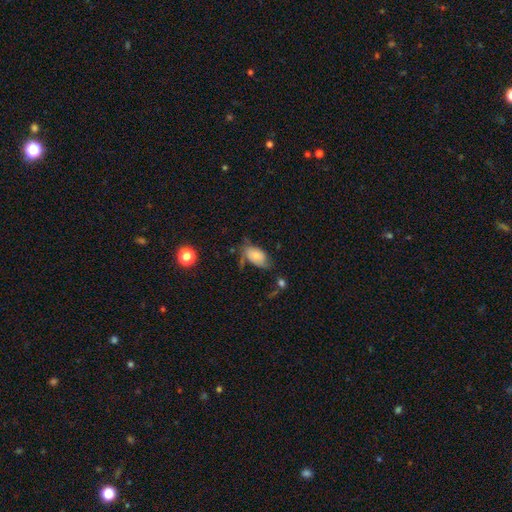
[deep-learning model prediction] smooth 64%, featured or disk 27%, star or artifact 8%. Down the decision tree: how rounded — in between (92%); merging — none (44%).